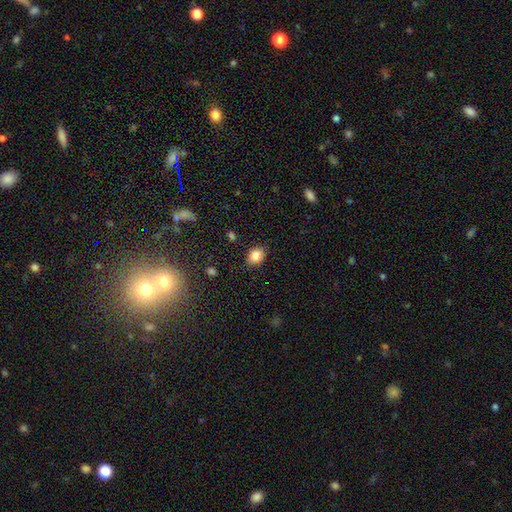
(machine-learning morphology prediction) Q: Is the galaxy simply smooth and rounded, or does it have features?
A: smooth — 84%.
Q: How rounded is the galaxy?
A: in between — 54%.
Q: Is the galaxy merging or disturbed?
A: none — 85%.